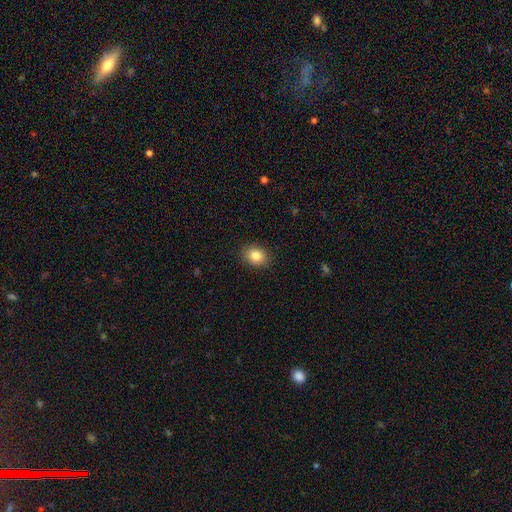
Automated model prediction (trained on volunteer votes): Q: Smooth or featured?
A: smooth (84%); runner-up: star or artifact (9%)
Q: How rounded?
A: in between (63%); runner-up: round (37%)
Q: Merging?
A: none (89%); runner-up: minor disturbance (8%)